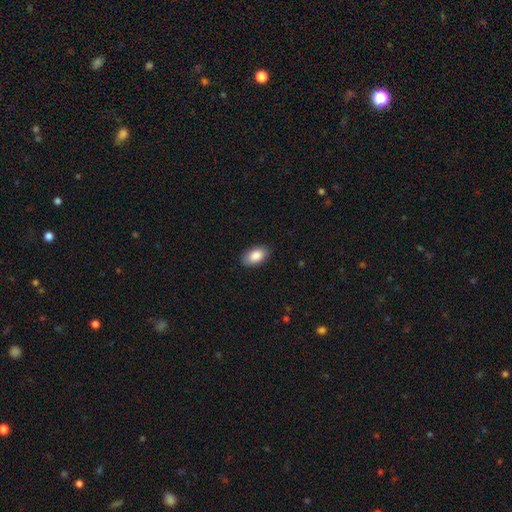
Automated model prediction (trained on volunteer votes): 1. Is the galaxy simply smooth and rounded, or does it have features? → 87% smooth, 7% star or artifact, 6% featured or disk.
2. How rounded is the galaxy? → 94% in between, 5% round, 2% cigar-shaped.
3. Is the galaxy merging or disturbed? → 86% none, 10% minor disturbance, 2% major disturbance, 1% merger.